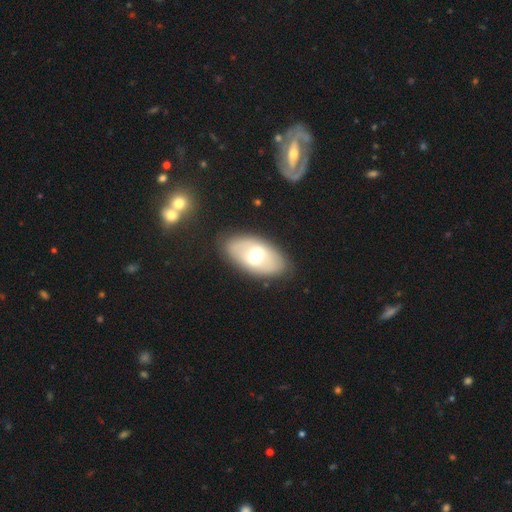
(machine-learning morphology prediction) Smooth or featured? smooth (53%)
How rounded? in between (91%)
Merging? none (83%)